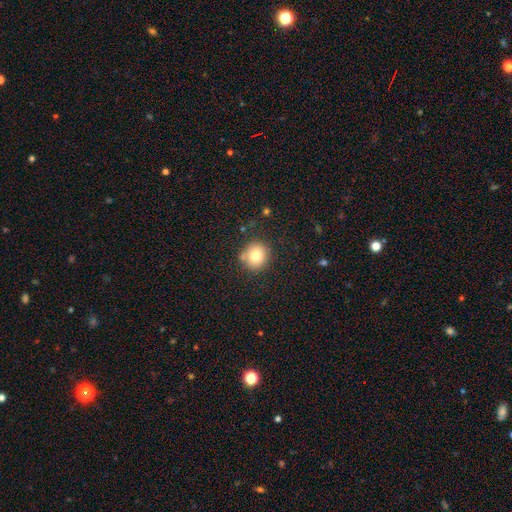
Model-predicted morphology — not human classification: smooth 77%, star or artifact 12%, featured or disk 11%. Down the decision tree: how rounded — round (90%); merging — none (79%).